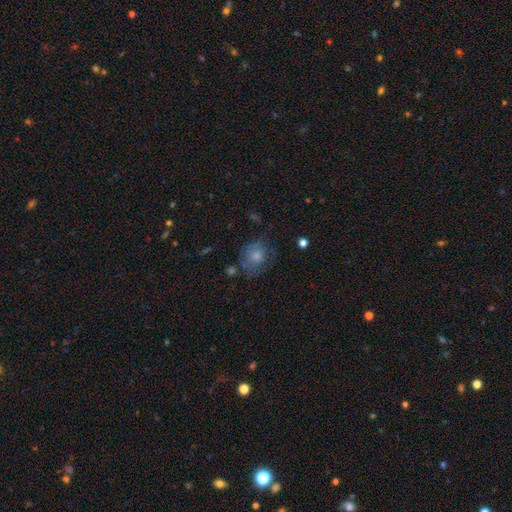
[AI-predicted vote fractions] This is likely a smooth galaxy (67%). How rounded: likely round (66%). Merging: possibly none (58%).